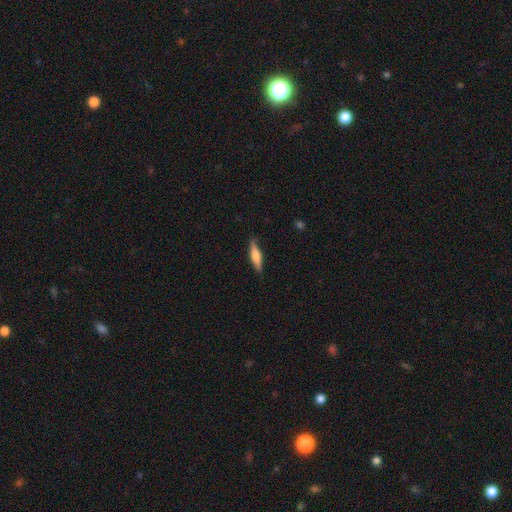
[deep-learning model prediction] This is possibly a smooth galaxy (53%). How rounded: likely cigar-shaped (75%). Merging: clearly none (83%).